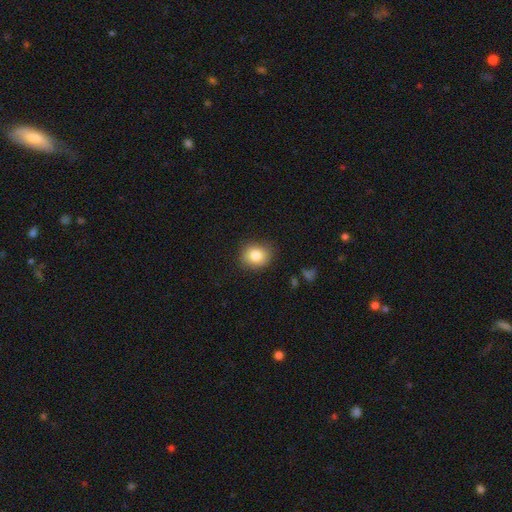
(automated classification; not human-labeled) smooth_or_featured: smooth (p=0.83) [alt: star or artifact p=0.10]
how_rounded: round (p=0.74) [alt: in between p=0.26]
merging: none (p=0.86) [alt: minor disturbance p=0.11]